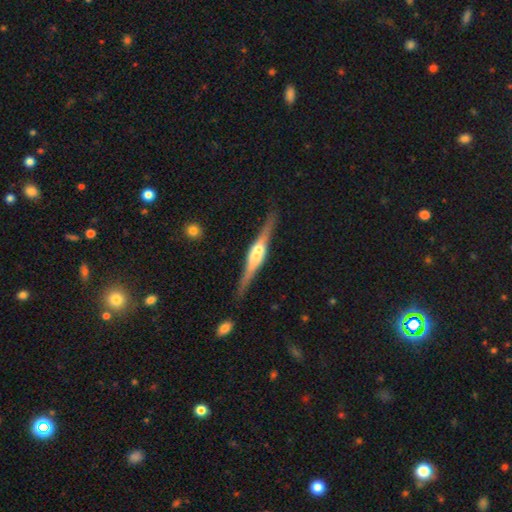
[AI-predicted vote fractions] Overall: featured or disk (77%). Edge-on disk: yes (97%). Edge-on bulge: rounded (81%). Merging: none (77%).